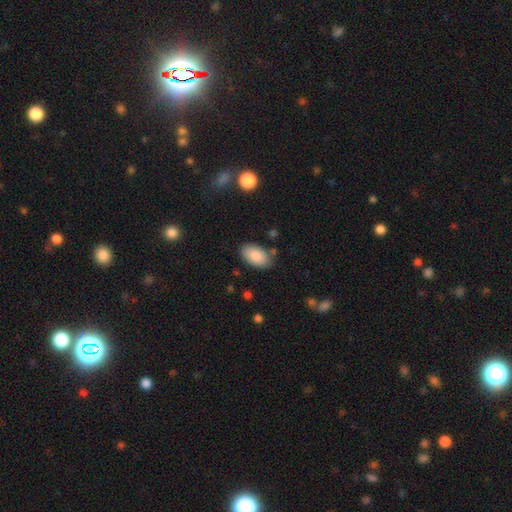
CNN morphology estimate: A smooth galaxy with no disk features (87%) that is in between round and cigar-shaped (95%).

Vote fractions:
- Smooth or featured? smooth: 87% / featured or disk: 6% / star or artifact: 6%
- How rounded? in between: 95% / round: 4% / cigar-shaped: 2%
- Merging? none: 82% / minor disturbance: 12% / major disturbance: 3% / merger: 3%